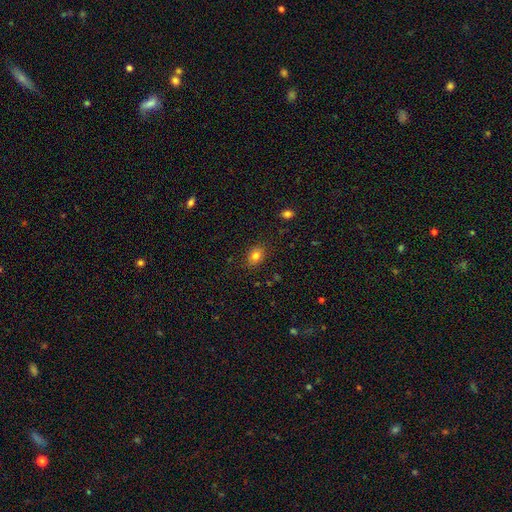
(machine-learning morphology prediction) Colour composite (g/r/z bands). It shows a smooth galaxy with no disk features (81%) that is in between round and cigar-shaped (60%). Merging: none (85%).